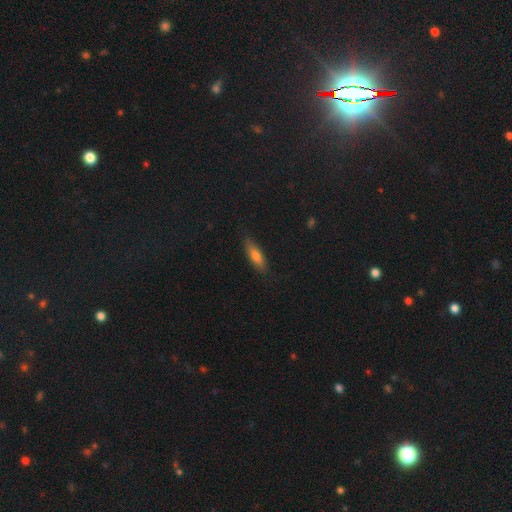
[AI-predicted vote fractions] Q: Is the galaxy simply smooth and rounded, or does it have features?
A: smooth — 73%.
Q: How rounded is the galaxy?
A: cigar-shaped — 49%, tied with in between.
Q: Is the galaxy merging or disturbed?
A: none — 83%.